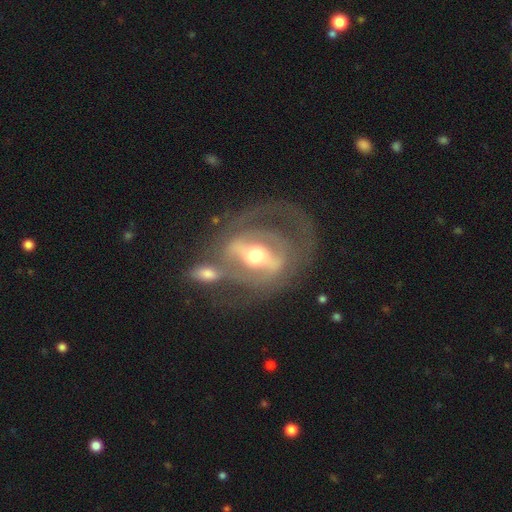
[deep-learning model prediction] Smooth or featured: featured or disk — 81% (smooth — 13%)
Edge-on disk: no — 92% (yes — 8%)
Bar: strong — 61% (weak — 26%)
Spiral arms: yes — 62% (no — 38%)
Bulge size: moderate — 71% (small — 17%)
Merging: none — 45% (merger — 24%)